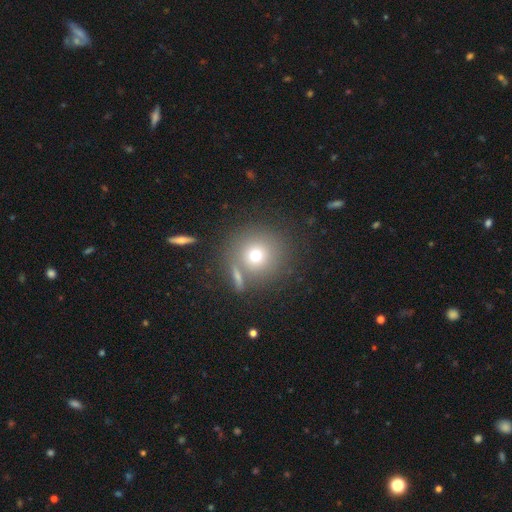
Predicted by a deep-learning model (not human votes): Smooth or featured? smooth (69%)
How rounded? round (93%)
Merging? none (73%)